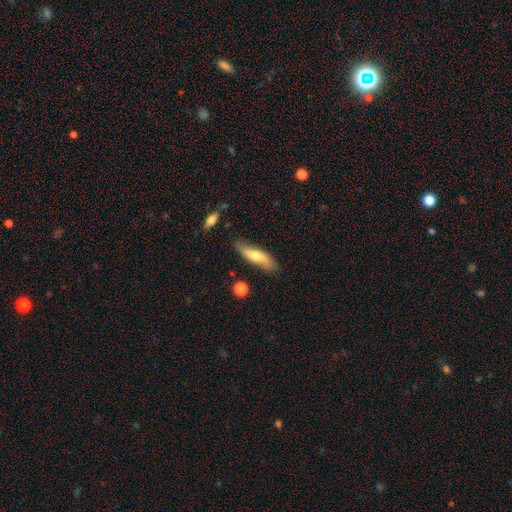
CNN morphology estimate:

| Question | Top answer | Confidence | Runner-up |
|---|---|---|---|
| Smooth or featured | smooth | 59% | featured or disk (35%) |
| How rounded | cigar-shaped | 61% | in between (36%) |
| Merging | none | 77% | minor disturbance (17%) |